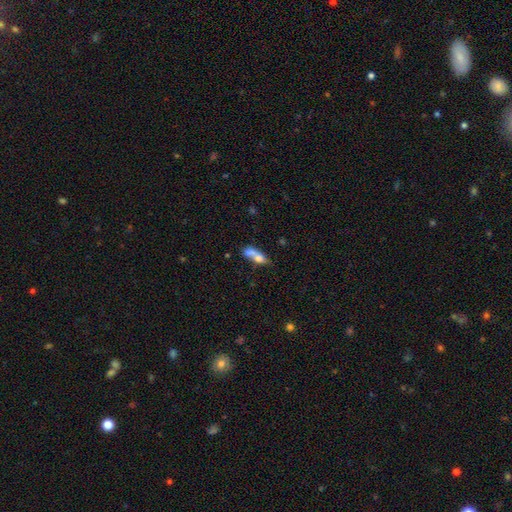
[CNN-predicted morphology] Smooth or featured? Predicted: smooth (p=0.63). How rounded? Predicted: in between (p=0.60). Merging? Predicted: merger (p=0.55).